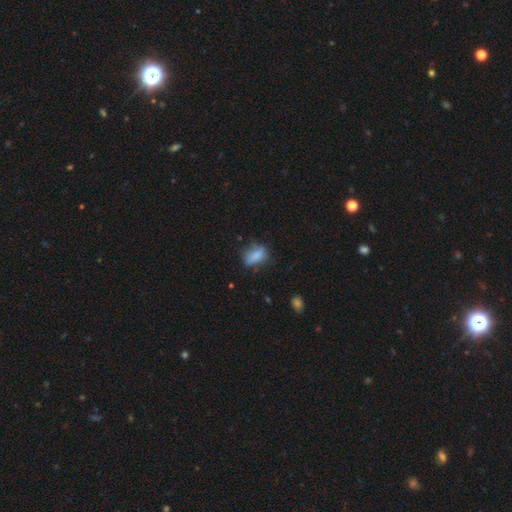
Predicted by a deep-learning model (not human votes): The model was most divided on "merging": none: 61%, minor disturbance: 27%, major disturbance: 9%, merger: 2%. More confident: how rounded — in between (78%); smooth or featured — smooth (77%).